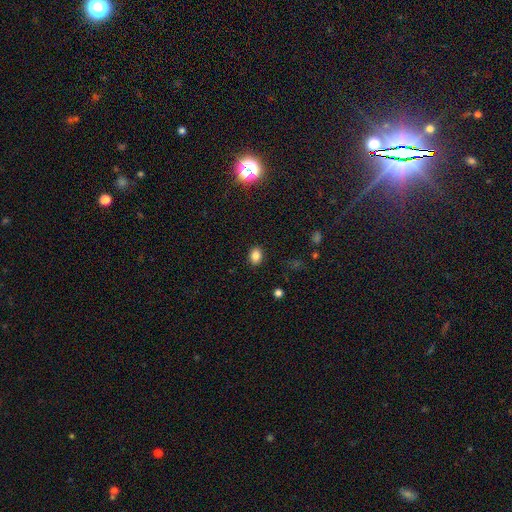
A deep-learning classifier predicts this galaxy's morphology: A smooth galaxy with no disk features (84%) that is in between round and cigar-shaped (61%). Merging: none (89%).